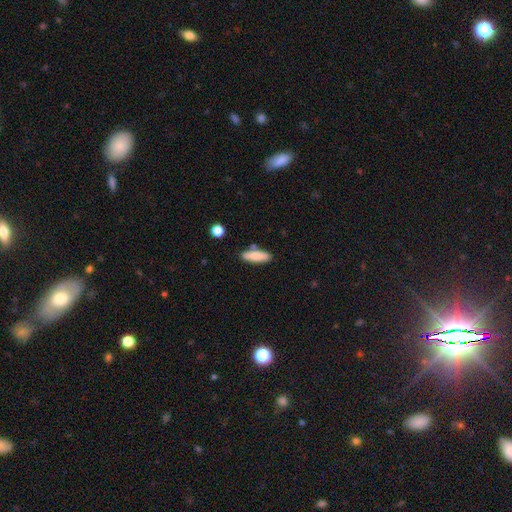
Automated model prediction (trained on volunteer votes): Morphology: type=smooth (81%); roundness=cigar-shaped (51%); merging=none (78%).